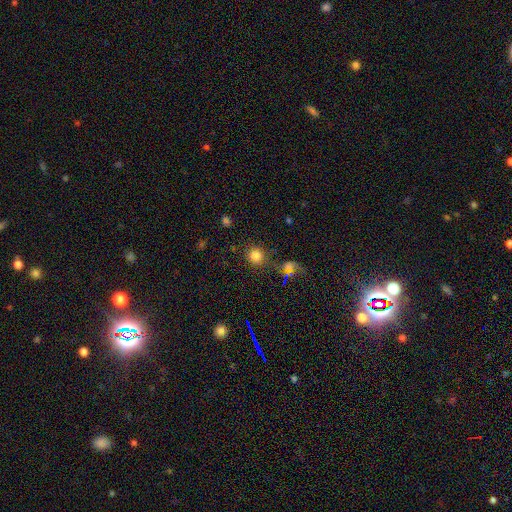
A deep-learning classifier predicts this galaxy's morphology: Q: Smooth or featured?
A: smooth (82%); runner-up: star or artifact (12%)
Q: How rounded?
A: round (90%); runner-up: in between (9%)
Q: Merging?
A: none (73%); runner-up: merger (12%)